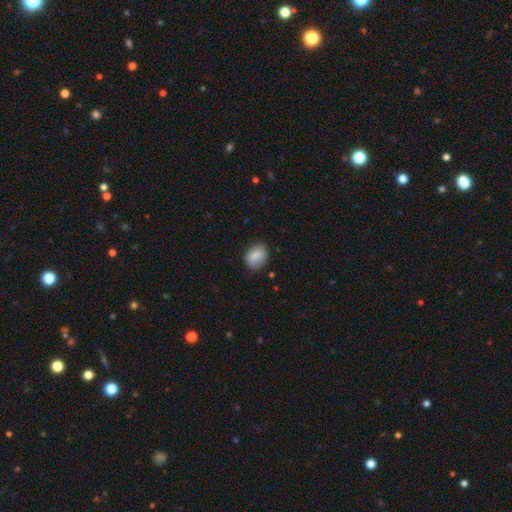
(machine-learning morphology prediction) Smooth or featured?
  - smooth: 80% *
  - featured or disk: 12%
  - star or artifact: 8%
How rounded?
  - in between: 63% *
  - round: 35%
  - cigar-shaped: 2%
Merging?
  - none: 76% *
  - minor disturbance: 18%
  - major disturbance: 4%
  - merger: 2%